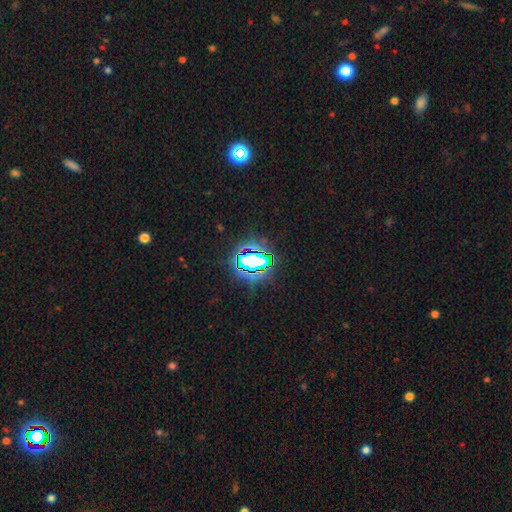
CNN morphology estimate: smooth_or_featured: star or artifact (p=0.68) [alt: smooth p=0.19]